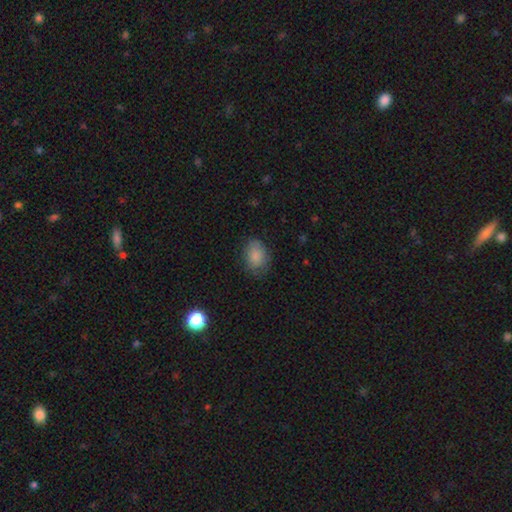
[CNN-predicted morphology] This is clearly a smooth galaxy (84%). How rounded: likely in between (70%). Merging: likely none (72%).